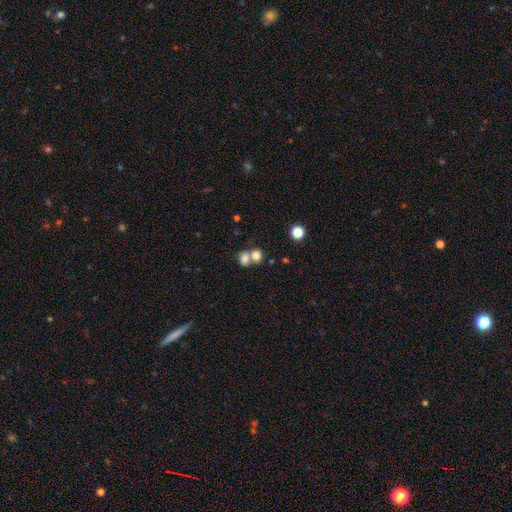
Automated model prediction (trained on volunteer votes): The model was most divided on "how rounded": round: 58%, in between: 41%, cigar-shaped: 1%. More confident: smooth or featured — smooth (78%); merging — merger (56%).